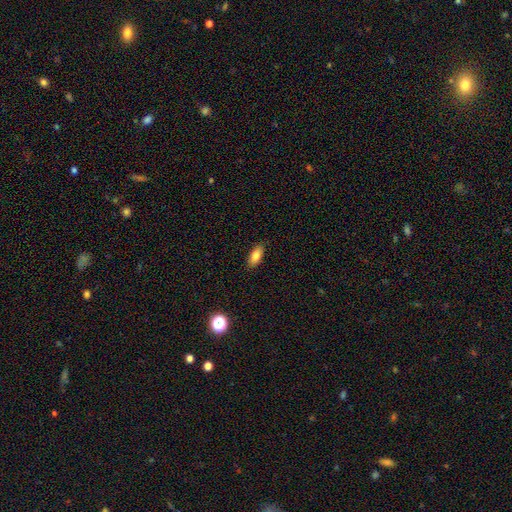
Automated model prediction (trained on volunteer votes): Q: Smooth or featured?
A: smooth (83%); runner-up: featured or disk (10%)
Q: How rounded?
A: in between (85%); runner-up: cigar-shaped (12%)
Q: Merging?
A: none (86%); runner-up: minor disturbance (11%)